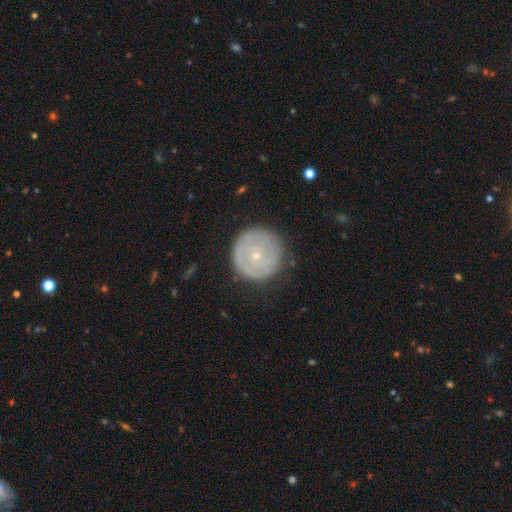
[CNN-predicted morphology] smooth_or_featured: featured or disk (p=0.56) [alt: smooth p=0.36]
disk_edge_on: no (p=0.97) [alt: yes p=0.03]
bar: no (p=0.87) [alt: weak p=0.10]
has_spiral_arms: yes (p=0.60) [alt: no p=0.40]
bulge_size: small (p=0.85) [alt: moderate p=0.11]
merging: none (p=0.82) [alt: minor disturbance p=0.13]